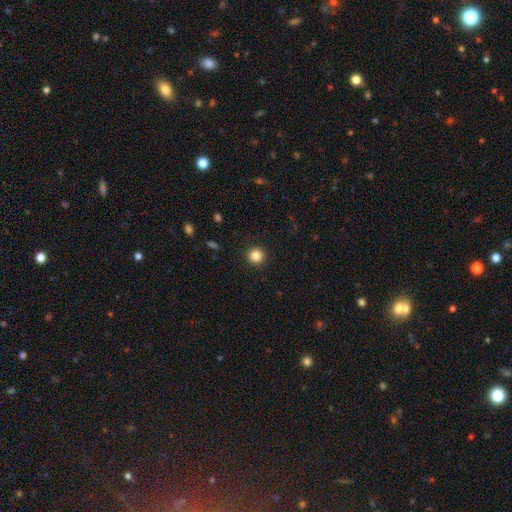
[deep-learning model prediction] smooth 86%, star or artifact 11%, featured or disk 4%. Down the decision tree: how rounded — round (95%); merging — none (92%).